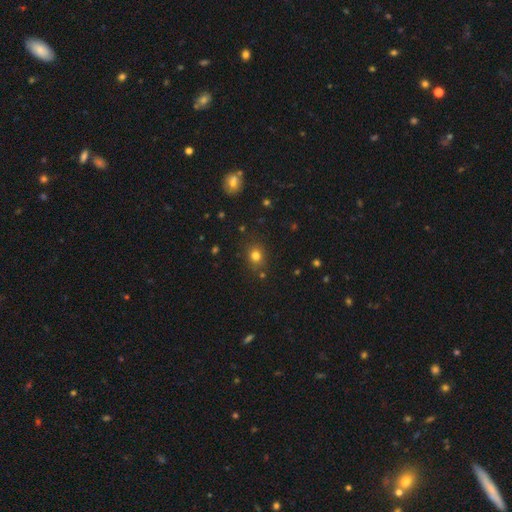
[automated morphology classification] Smooth or featured? smooth (77%)
How rounded? round (70%)
Merging? none (82%)